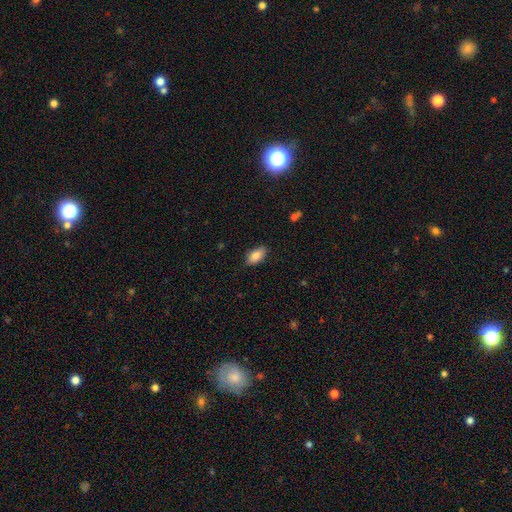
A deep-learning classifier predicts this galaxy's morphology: A smooth galaxy with no disk features (85%) that is in between round and cigar-shaped (92%). Merging: none (85%).